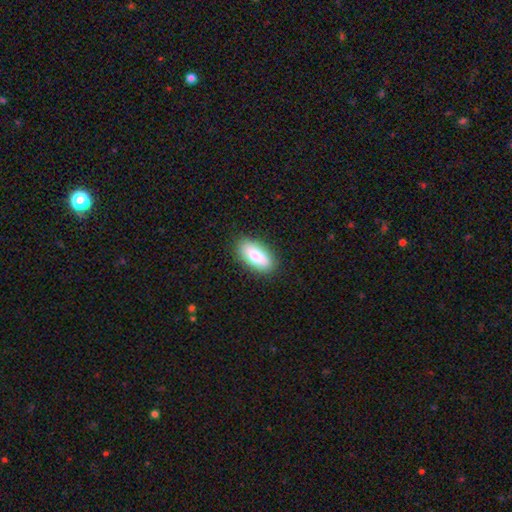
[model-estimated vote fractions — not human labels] A smooth galaxy with no disk features (80%) that is in between round and cigar-shaped (86%).

Vote fractions:
- Smooth or featured? smooth: 80% / featured or disk: 14% / star or artifact: 7%
- How rounded? in between: 86% / cigar-shaped: 11% / round: 3%
- Merging? none: 88% / minor disturbance: 9% / major disturbance: 2% / merger: 1%